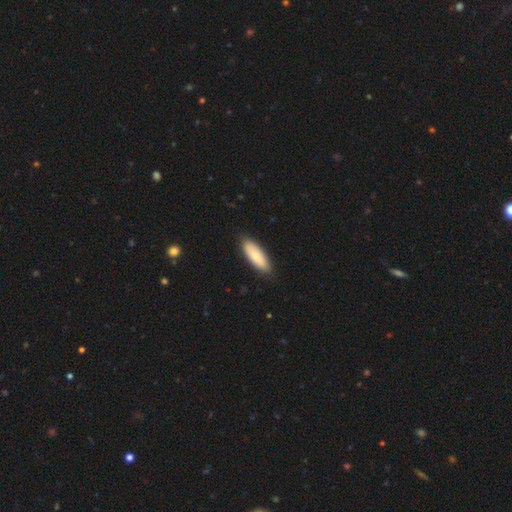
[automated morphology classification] smooth 79%, featured or disk 16%, star or artifact 5%. Down the decision tree: how rounded — in between (68%); merging — none (87%).